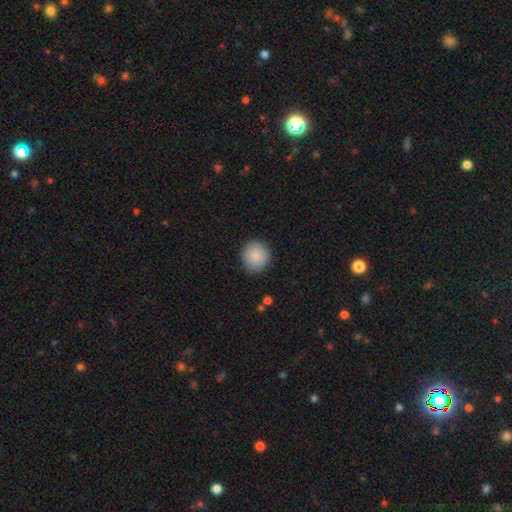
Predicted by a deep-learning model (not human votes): smooth-or-featured: smooth: 87% | star or artifact: 7% | featured or disk: 6%
  how-rounded: round: 91% | in between: 8% | cigar-shaped: 1%
  merging: none: 88% | minor disturbance: 8% | major disturbance: 2% | merger: 1%